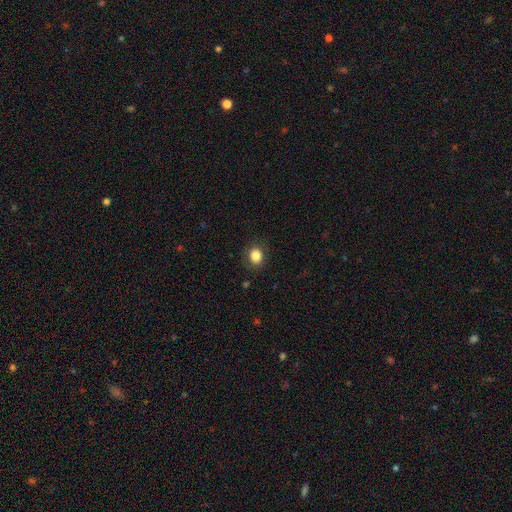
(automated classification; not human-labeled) smooth-or-featured: smooth: 84% | star or artifact: 10% | featured or disk: 6%
  how-rounded: round: 66% | in between: 33% | cigar-shaped: 1%
  merging: none: 85% | minor disturbance: 10% | major disturbance: 3% | merger: 1%